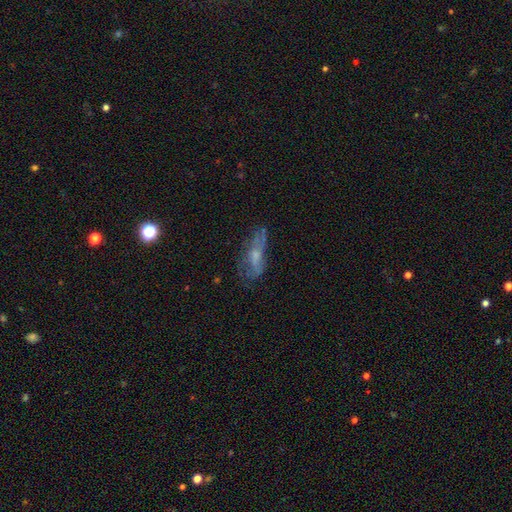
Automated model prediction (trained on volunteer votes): Smooth or featured? featured or disk (49%)
Merging? none (49%)